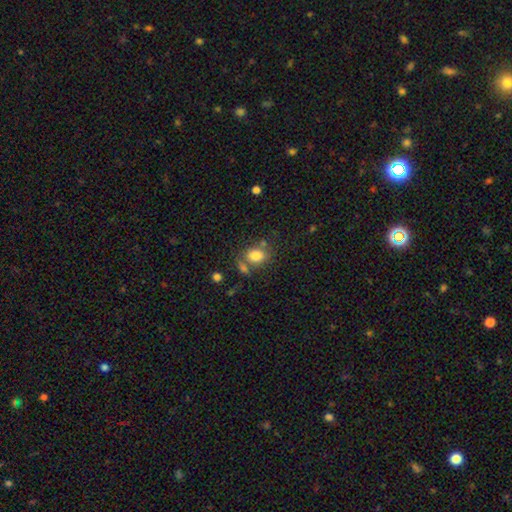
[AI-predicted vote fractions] This is clearly a smooth galaxy (81%). How rounded: possibly in between (57%). Merging: possibly none (58%).